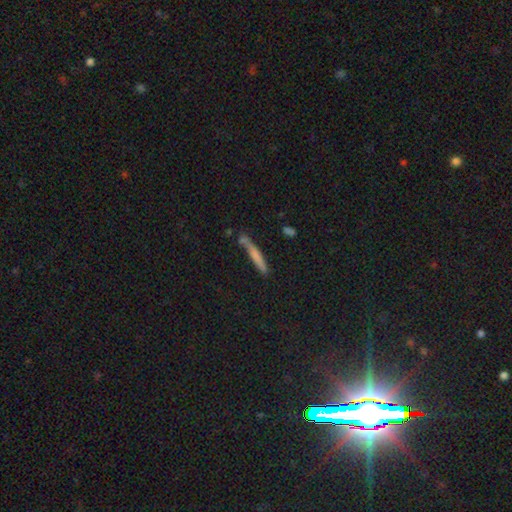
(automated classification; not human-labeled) A smooth galaxy with no disk features (63%) that is cigar-shaped (94%). Merging: none (68%).